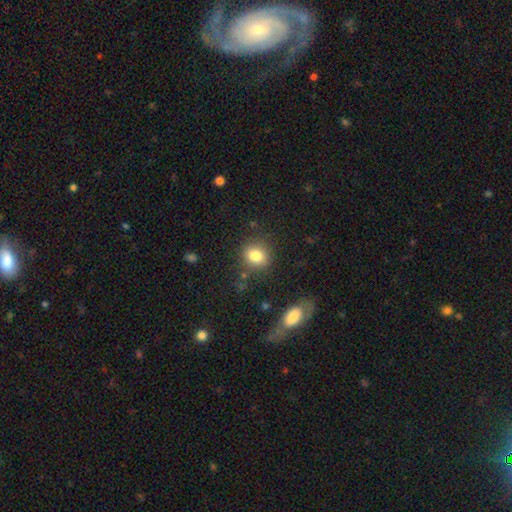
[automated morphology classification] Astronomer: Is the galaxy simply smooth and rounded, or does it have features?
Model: smooth — 82%.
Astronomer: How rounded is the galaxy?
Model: round — 71%.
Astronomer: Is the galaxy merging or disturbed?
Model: none — 84%.